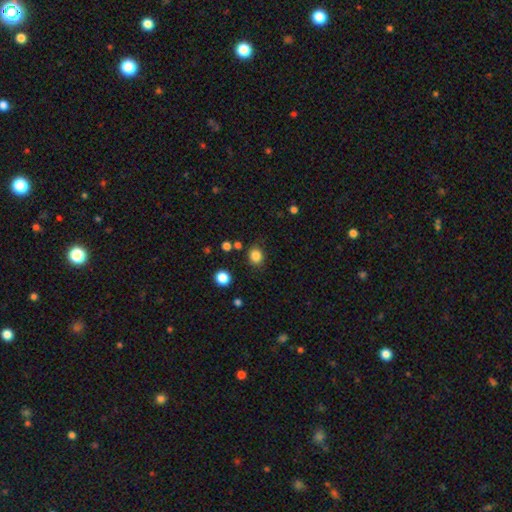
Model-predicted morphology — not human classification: Q: Smooth or featured?
A: smooth (84%); runner-up: star or artifact (12%)
Q: How rounded?
A: round (76%); runner-up: in between (23%)
Q: Merging?
A: none (82%); runner-up: minor disturbance (11%)